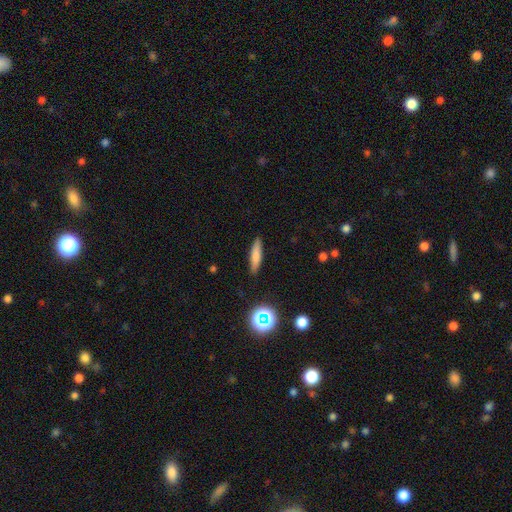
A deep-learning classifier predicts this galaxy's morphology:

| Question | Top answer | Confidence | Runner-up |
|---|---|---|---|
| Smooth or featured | smooth | 75% | featured or disk (15%) |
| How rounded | cigar-shaped | 81% | in between (17%) |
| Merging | none | 88% | minor disturbance (9%) |